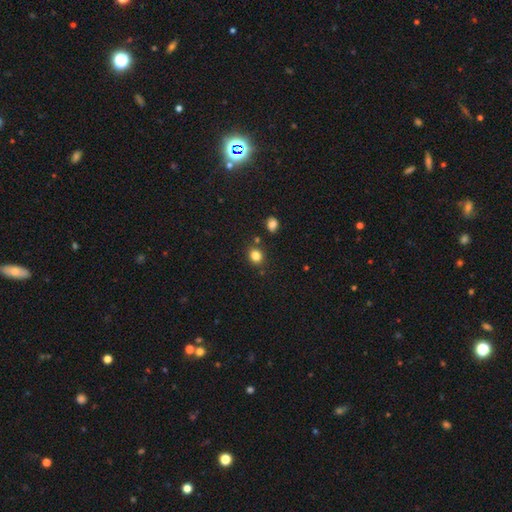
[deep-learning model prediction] Smooth or featured? smooth (83%)
How rounded? round (72%)
Merging? none (82%)